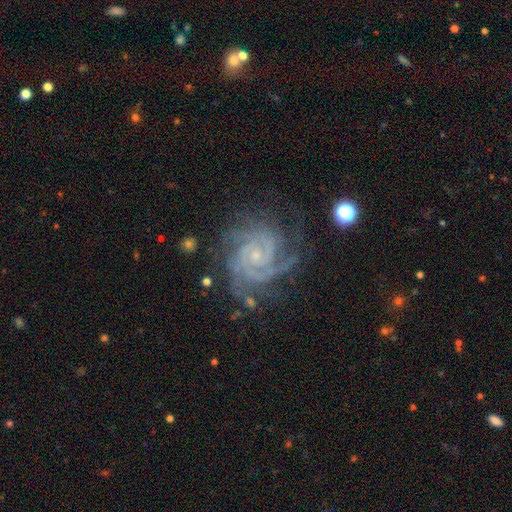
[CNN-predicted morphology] Q: Smooth or featured?
A: featured or disk (91%); runner-up: star or artifact (6%)
Q: Edge-on disk?
A: no (98%); runner-up: yes (2%)
Q: Bar?
A: no (66%); runner-up: weak (25%)
Q: Spiral arms?
A: yes (99%); runner-up: no (1%)
Q: Spiral winding?
A: tight (75%); runner-up: medium (23%)
Q: Spiral arm count?
A: 3 (34%); runner-up: 2 (25%)
Q: Bulge size?
A: small (81%); runner-up: moderate (13%)
Q: Merging?
A: none (71%); runner-up: minor disturbance (19%)